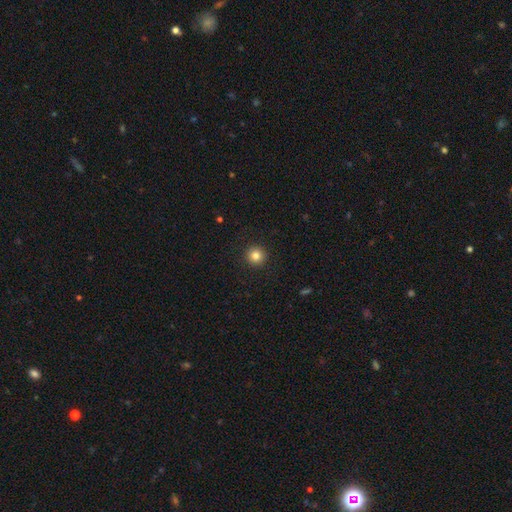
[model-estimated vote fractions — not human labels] Q: Smooth or featured?
A: smooth (83%); runner-up: star or artifact (11%)
Q: How rounded?
A: round (96%); runner-up: in between (4%)
Q: Merging?
A: none (93%); runner-up: minor disturbance (5%)